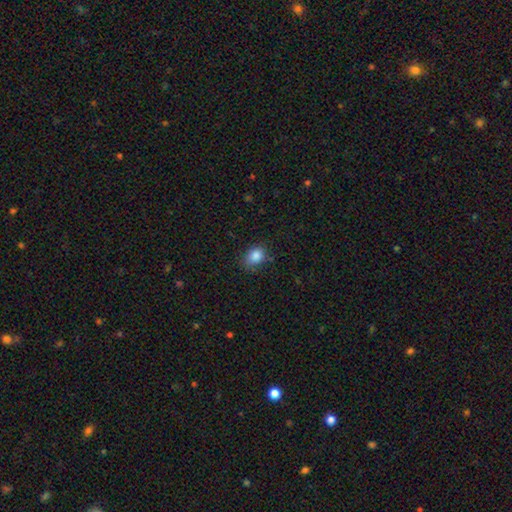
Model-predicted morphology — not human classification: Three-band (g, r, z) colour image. It shows a smooth galaxy with no disk features (85%) that is in between round and cigar-shaped (67%). Merging: none (72%).